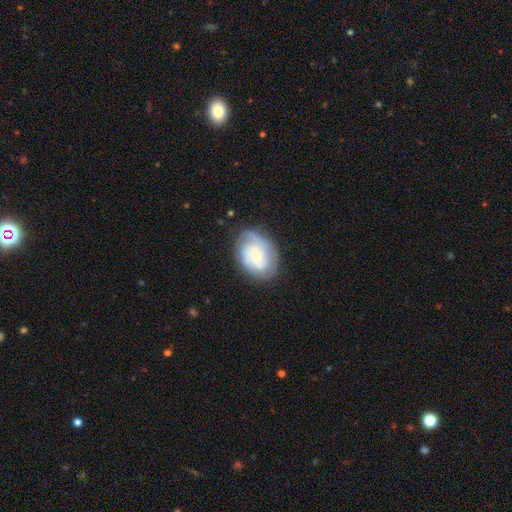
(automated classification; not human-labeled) Q: Smooth or featured?
A: featured or disk (67%); runner-up: smooth (27%)
Q: Edge-on disk?
A: no (97%); runner-up: yes (3%)
Q: Bar?
A: no (61%); runner-up: weak (32%)
Q: Spiral arms?
A: yes (89%); runner-up: no (11%)
Q: Spiral winding?
A: tight (52%); runner-up: medium (36%)
Q: Spiral arm count?
A: 2 (36%); runner-up: can't tell (30%)
Q: Bulge size?
A: small (61%); runner-up: moderate (26%)
Q: Merging?
A: none (68%); runner-up: minor disturbance (21%)